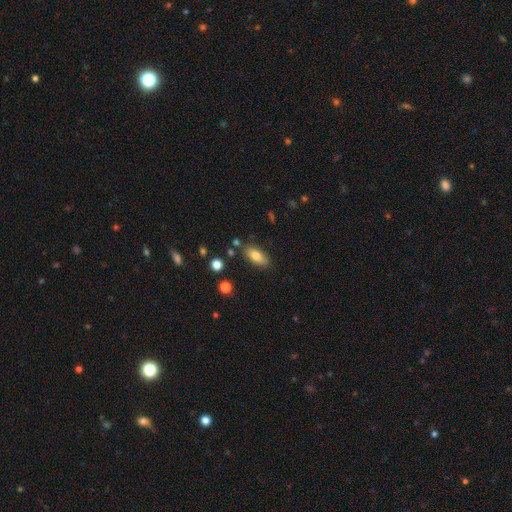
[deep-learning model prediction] A smooth galaxy with no disk features (81%) that is in between round and cigar-shaped (86%).

Vote fractions:
- Smooth or featured? smooth: 81% / featured or disk: 11% / star or artifact: 8%
- How rounded? in between: 86% / cigar-shaped: 11% / round: 3%
- Merging? none: 80% / minor disturbance: 13% / merger: 4% / major disturbance: 3%